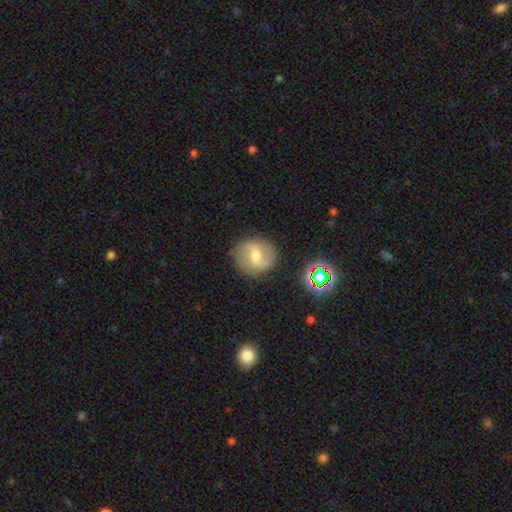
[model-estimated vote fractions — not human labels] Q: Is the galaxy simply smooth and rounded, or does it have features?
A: featured or disk — 60%.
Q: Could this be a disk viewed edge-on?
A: no — 97%.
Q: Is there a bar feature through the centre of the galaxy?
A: weak — 56%.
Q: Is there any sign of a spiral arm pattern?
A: yes — 79%.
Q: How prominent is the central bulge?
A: moderate — 61%.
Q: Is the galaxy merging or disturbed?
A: none — 80%.